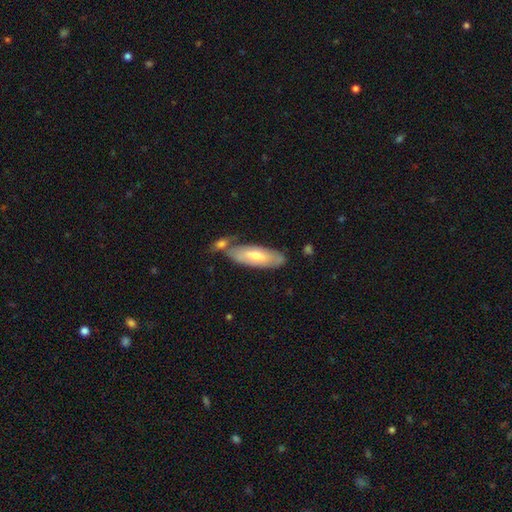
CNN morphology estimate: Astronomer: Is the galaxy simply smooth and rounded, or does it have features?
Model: smooth — 53% (runner-up: featured or disk, 42%).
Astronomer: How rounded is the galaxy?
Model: in between — 62%.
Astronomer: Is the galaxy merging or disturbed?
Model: none — 55%.